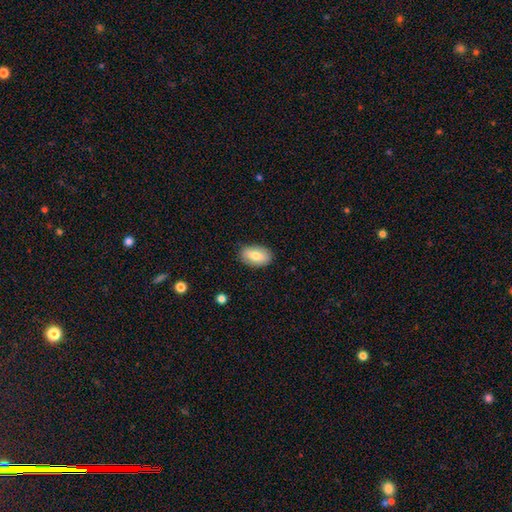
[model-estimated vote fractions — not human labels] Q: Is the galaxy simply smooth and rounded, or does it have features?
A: smooth — 78%.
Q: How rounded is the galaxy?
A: in between — 91%.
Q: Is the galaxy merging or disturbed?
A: none — 86%.